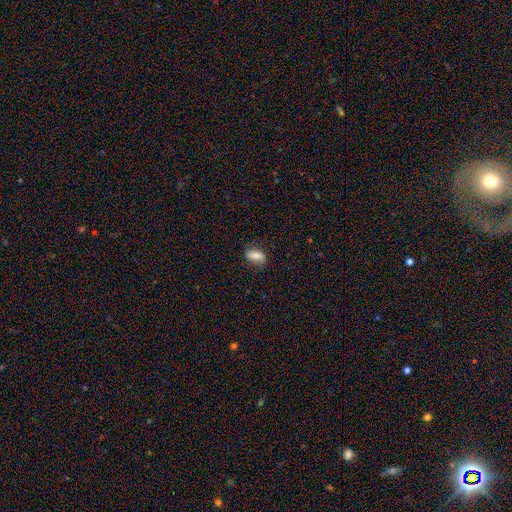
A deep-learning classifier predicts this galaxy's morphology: The model was most divided on "smooth or featured": smooth: 73%, featured or disk: 19%, star or artifact: 8%. More confident: how rounded — in between (81%); merging — none (78%).